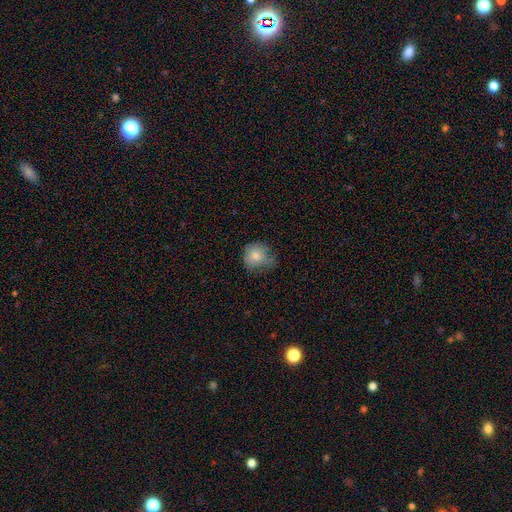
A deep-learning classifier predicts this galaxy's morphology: Q: Smooth or featured?
A: smooth (80%); runner-up: featured or disk (12%)
Q: How rounded?
A: round (81%); runner-up: in between (18%)
Q: Merging?
A: none (51%); runner-up: minor disturbance (36%)